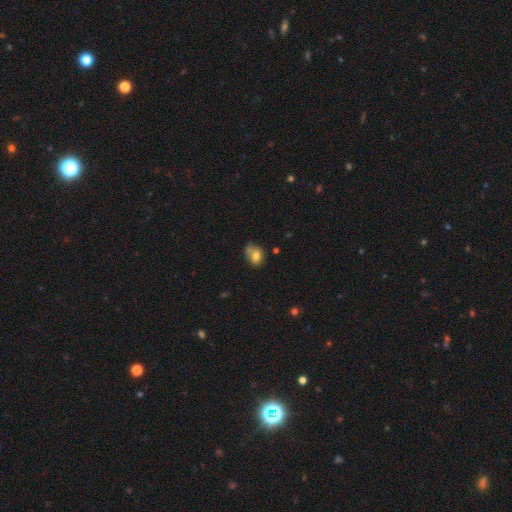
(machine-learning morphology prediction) Q: Smooth or featured?
A: smooth (75%); runner-up: featured or disk (14%)
Q: How rounded?
A: round (53%); runner-up: in between (46%)
Q: Merging?
A: none (45%); runner-up: minor disturbance (26%)